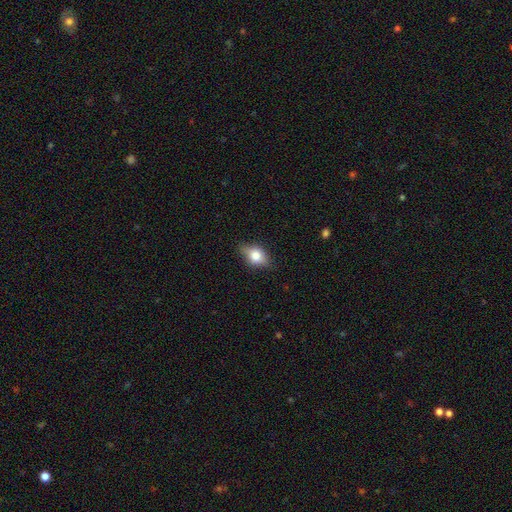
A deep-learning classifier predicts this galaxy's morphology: Q: Smooth or featured?
A: smooth (67%); runner-up: featured or disk (24%)
Q: How rounded?
A: in between (73%); runner-up: round (23%)
Q: Merging?
A: none (76%); runner-up: minor disturbance (19%)